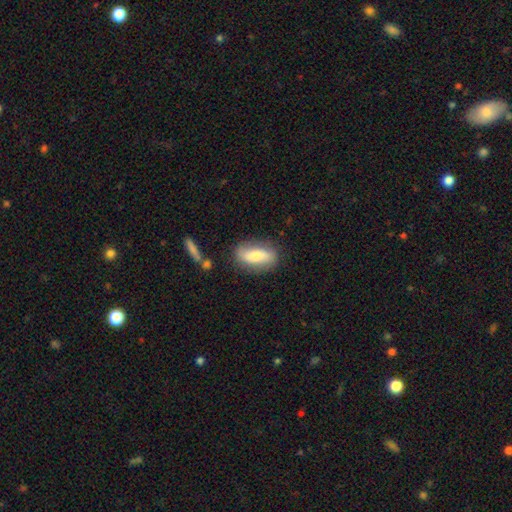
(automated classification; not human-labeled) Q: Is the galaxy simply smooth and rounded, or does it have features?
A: smooth — 56%.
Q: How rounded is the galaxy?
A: in between — 78%.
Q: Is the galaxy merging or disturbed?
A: none — 78%.